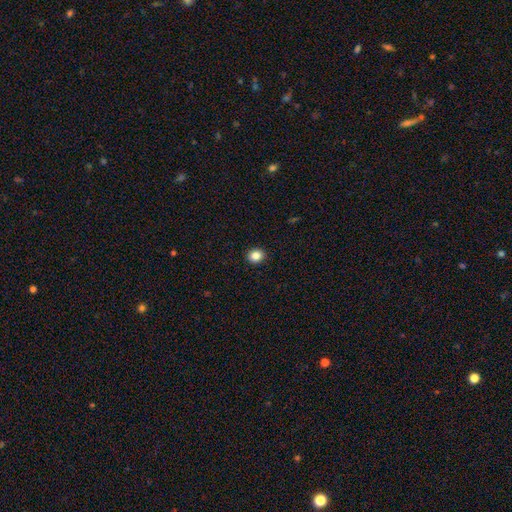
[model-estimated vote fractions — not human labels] This appears to be a smooth galaxy with no disk features (84%) that is round (77%). Merging: none (92%).